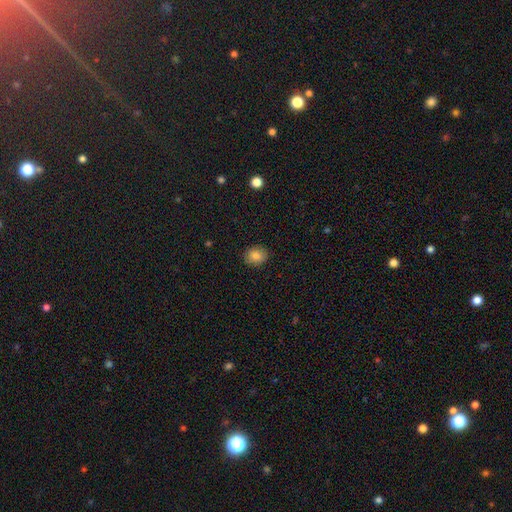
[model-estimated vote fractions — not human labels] This appears to be a smooth galaxy with no disk features (85%) that is round (59%). Merging: none (89%).